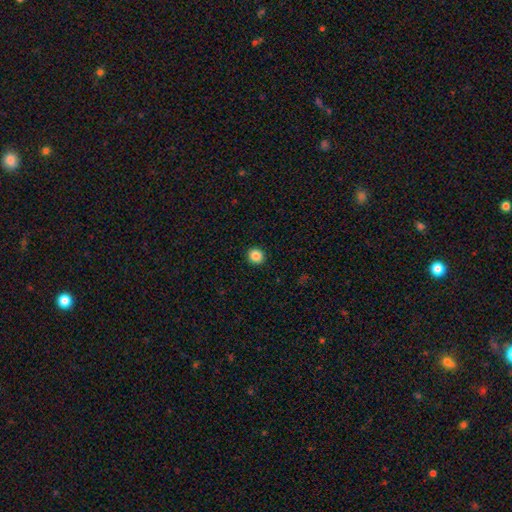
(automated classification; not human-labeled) smooth-or-featured: smooth: 86% | star or artifact: 10% | featured or disk: 4%
  how-rounded: round: 85% | in between: 14% | cigar-shaped: 1%
  merging: none: 92% | minor disturbance: 5% | major disturbance: 2% | merger: 1%